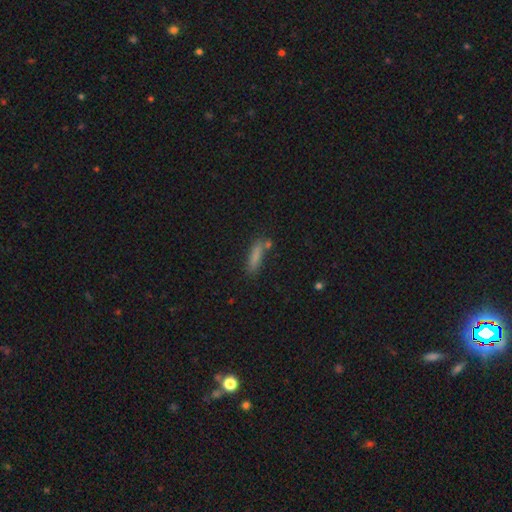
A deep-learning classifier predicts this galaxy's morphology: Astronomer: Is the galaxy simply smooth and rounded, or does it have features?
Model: smooth — 81%.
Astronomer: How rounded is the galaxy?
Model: cigar-shaped — 75%.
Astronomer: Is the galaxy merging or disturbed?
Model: none — 71%.